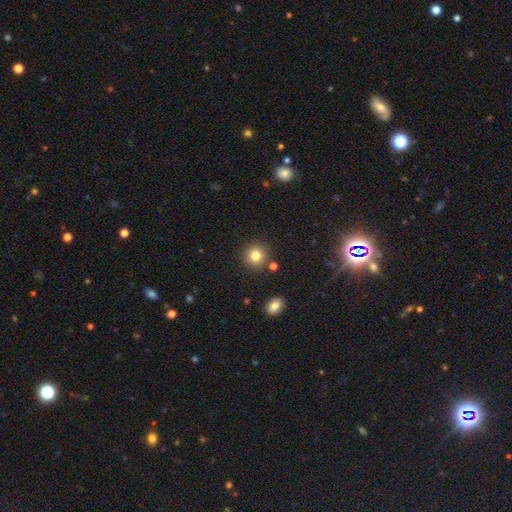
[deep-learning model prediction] Q: Smooth or featured?
A: smooth (82%); runner-up: star or artifact (11%)
Q: How rounded?
A: round (92%); runner-up: in between (8%)
Q: Merging?
A: none (86%); runner-up: minor disturbance (7%)